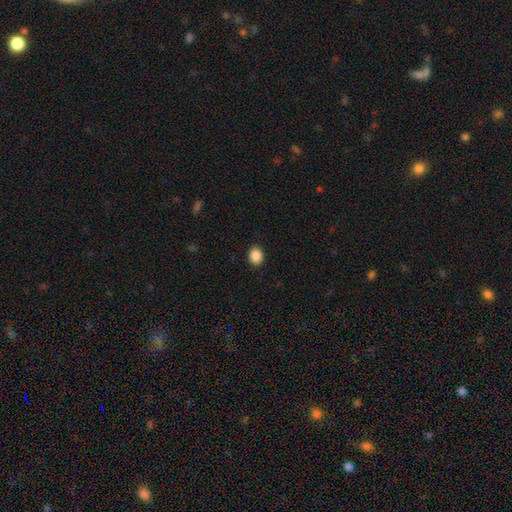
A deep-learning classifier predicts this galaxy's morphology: Smooth or featured: smooth — 89% (star or artifact — 9%)
How rounded: in between — 50% (tied with round — 50%)
Merging: none — 91% (minor disturbance — 6%)